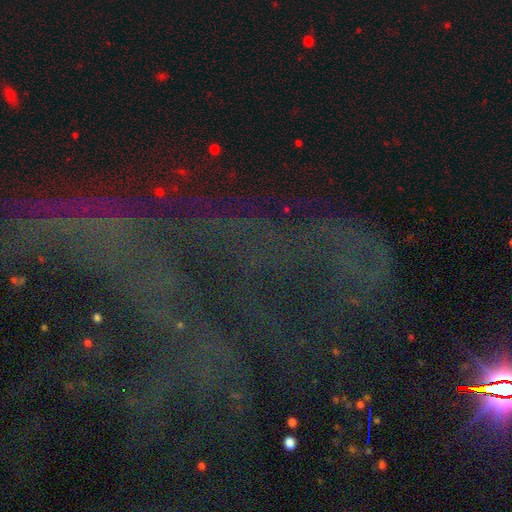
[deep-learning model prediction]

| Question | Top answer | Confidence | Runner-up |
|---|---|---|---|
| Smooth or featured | star or artifact | 72% | featured or disk (16%) |